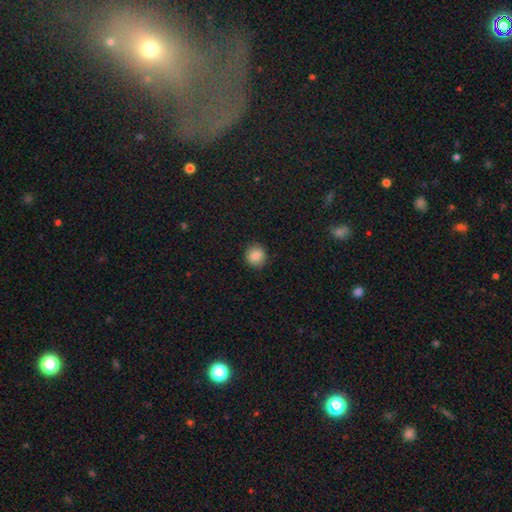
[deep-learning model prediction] Overall: smooth (86%). How rounded: round (90%). Merging: none (90%).